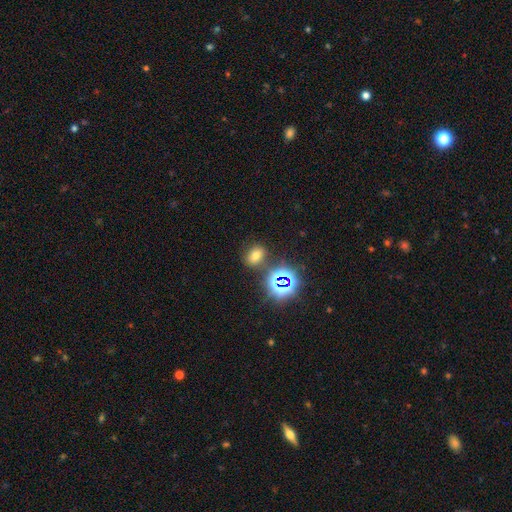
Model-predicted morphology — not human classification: The model was most divided on "smooth or featured": smooth: 60%, star or artifact: 30%, featured or disk: 9%. More confident: merging — none (75%); how rounded — in between (67%).